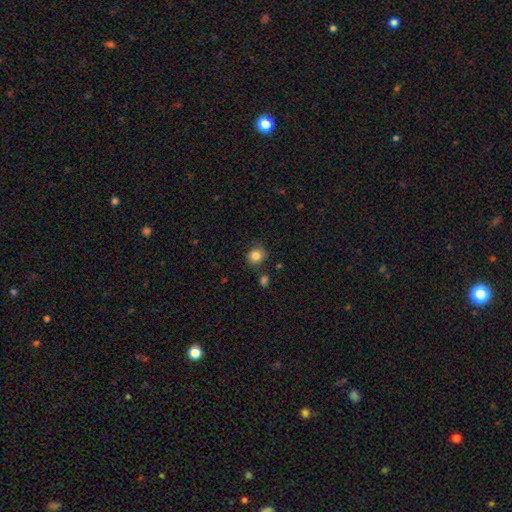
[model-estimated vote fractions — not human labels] Smooth or featured? Predicted: smooth (p=0.83). How rounded? Predicted: round (p=0.80). Merging? Predicted: none (p=0.75).